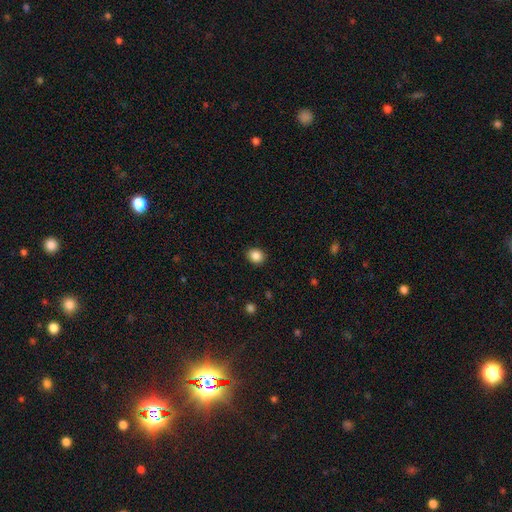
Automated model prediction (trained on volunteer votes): smooth_or_featured: smooth (p=0.87) [alt: star or artifact p=0.10]
how_rounded: round (p=0.68) [alt: in between p=0.31]
merging: none (p=0.90) [alt: minor disturbance p=0.07]